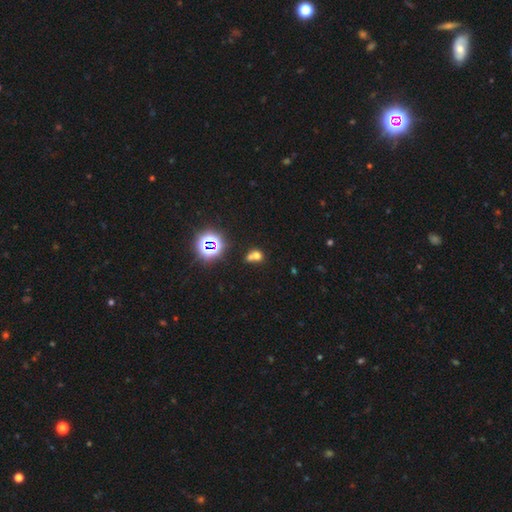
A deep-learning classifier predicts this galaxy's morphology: Smooth or featured: smooth — 60% (star or artifact — 25%)
How rounded: round — 64% (in between — 34%)
Merging: merger — 58% (none — 30%)